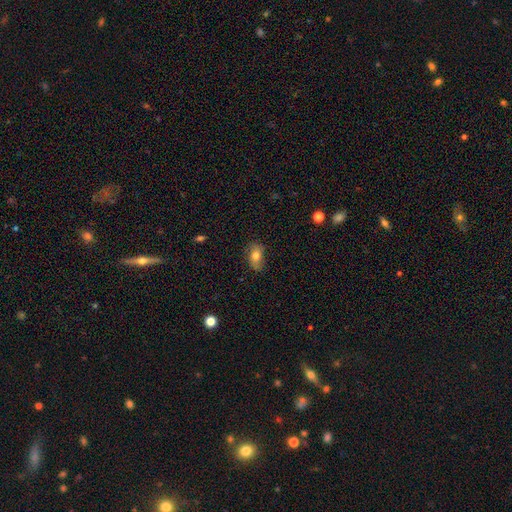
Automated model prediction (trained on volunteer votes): Smooth or featured?
  - smooth: 71% *
  - featured or disk: 20%
  - star or artifact: 9%
How rounded?
  - in between: 85% *
  - round: 11%
  - cigar-shaped: 4%
Merging?
  - none: 75% *
  - minor disturbance: 19%
  - major disturbance: 4%
  - merger: 1%